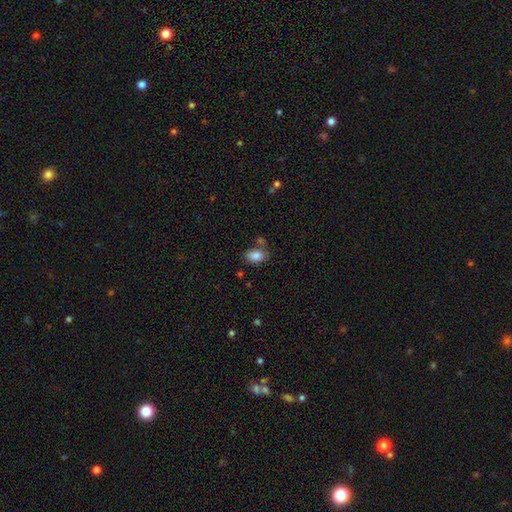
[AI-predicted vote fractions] Overall: smooth (86%). How rounded: in between (86%). Merging: none (70%).